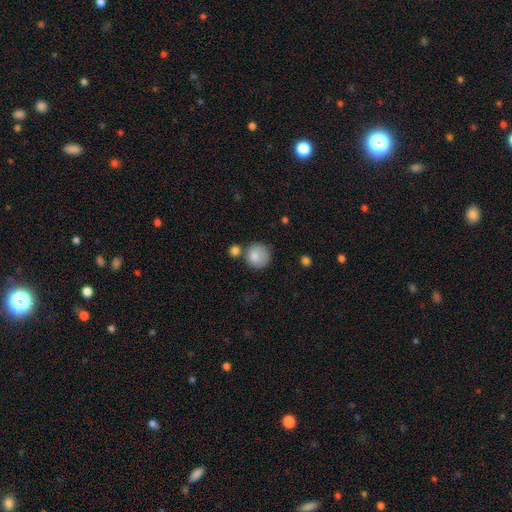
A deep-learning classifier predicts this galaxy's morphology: Q: Smooth or featured?
A: smooth (84%); runner-up: star or artifact (8%)
Q: How rounded?
A: round (89%); runner-up: in between (10%)
Q: Merging?
A: none (62%); runner-up: merger (17%)